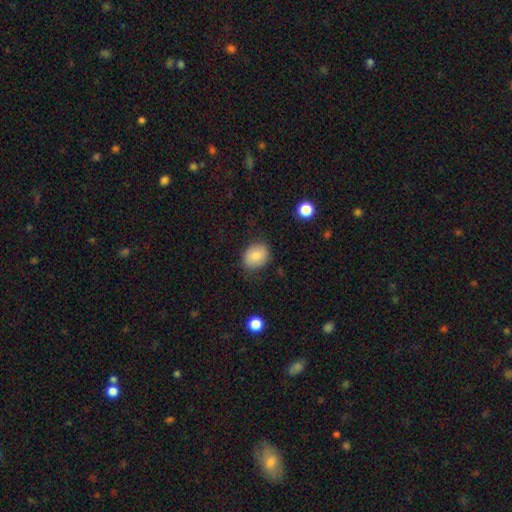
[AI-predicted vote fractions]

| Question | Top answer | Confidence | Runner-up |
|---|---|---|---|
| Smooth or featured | smooth | 82% | featured or disk (10%) |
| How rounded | round | 50% | in between (49%) |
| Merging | none | 79% | minor disturbance (16%) |